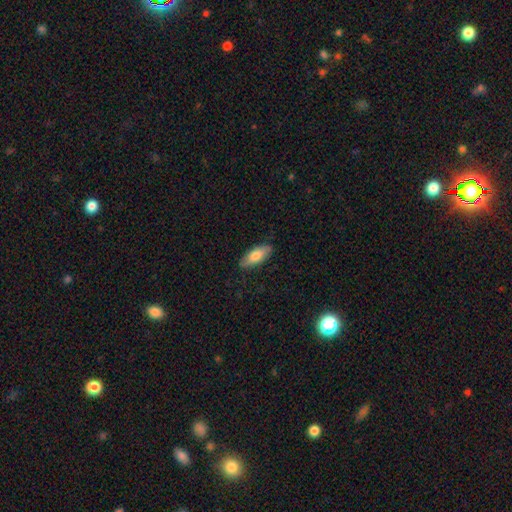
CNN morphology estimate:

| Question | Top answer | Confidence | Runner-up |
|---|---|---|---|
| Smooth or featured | smooth | 75% | featured or disk (19%) |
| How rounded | in between | 75% | cigar-shaped (23%) |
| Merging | none | 84% | minor disturbance (12%) |